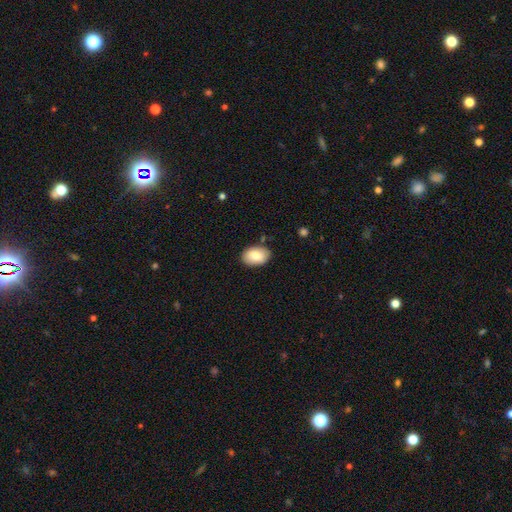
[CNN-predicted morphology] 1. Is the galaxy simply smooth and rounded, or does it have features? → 84% smooth, 10% featured or disk, 7% star or artifact.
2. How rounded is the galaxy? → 87% in between, 12% round, 1% cigar-shaped.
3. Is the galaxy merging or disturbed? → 84% none, 12% minor disturbance, 2% major disturbance, 2% merger.